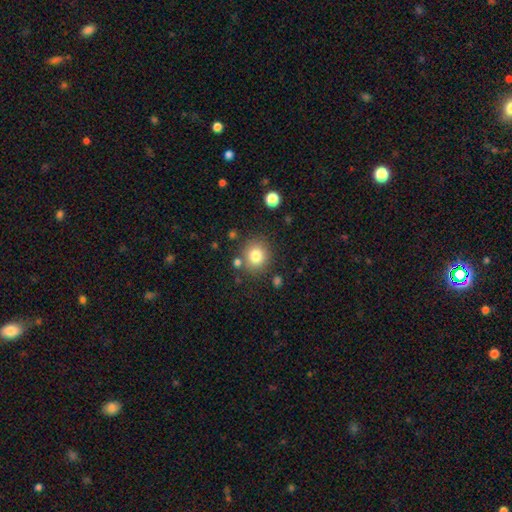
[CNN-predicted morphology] smooth_or_featured: smooth (p=0.80) [alt: star or artifact p=0.11]
how_rounded: round (p=0.85) [alt: in between p=0.14]
merging: none (p=0.81) [alt: minor disturbance p=0.10]